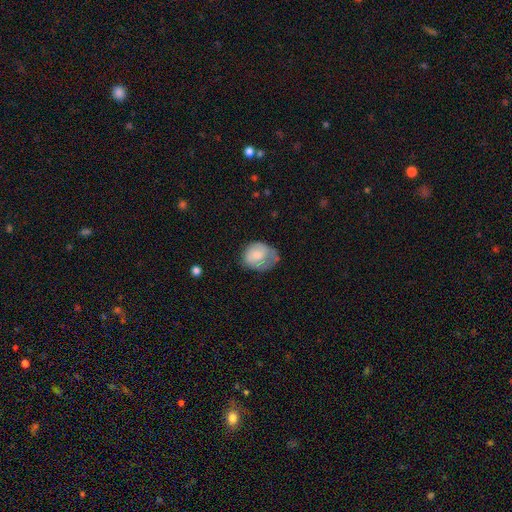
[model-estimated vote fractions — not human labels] A smooth galaxy with no disk features (69%) that is in between round and cigar-shaped (50%).

Vote fractions:
- Smooth or featured? smooth: 69% / featured or disk: 24% / star or artifact: 7%
- How rounded? in between: 50% / round: 49% / cigar-shaped: 1%
- Merging? minor disturbance: 38% / none: 37% / major disturbance: 23% / merger: 2%